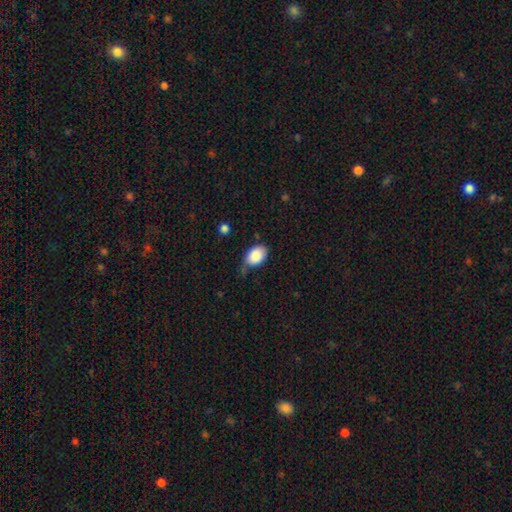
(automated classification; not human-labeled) Smooth or featured? Predicted: smooth (p=0.87). How rounded? Predicted: in between (p=0.82). Merging? Predicted: none (p=0.55).